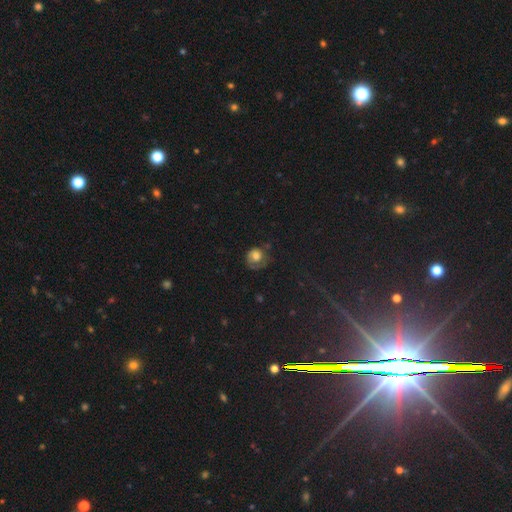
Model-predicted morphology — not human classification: smooth_or_featured: smooth (p=0.66) [alt: featured or disk p=0.23]
how_rounded: round (p=0.74) [alt: in between p=0.25]
merging: none (p=0.45) [alt: minor disturbance p=0.29]